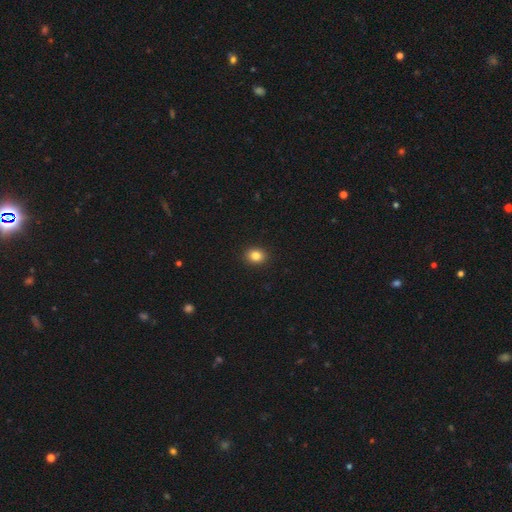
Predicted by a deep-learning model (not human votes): Overall: smooth (84%). How rounded: round (58%; in between 41%). Merging: none (92%).